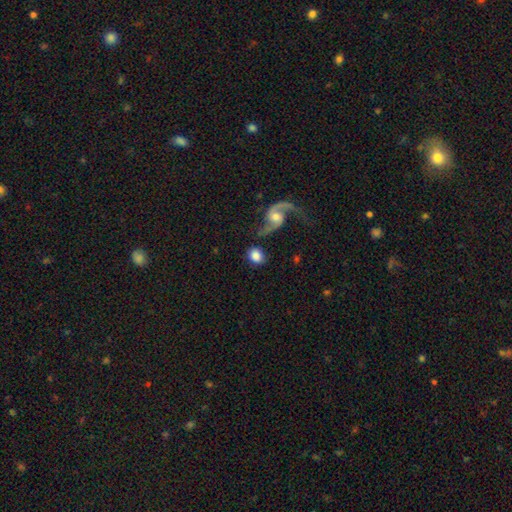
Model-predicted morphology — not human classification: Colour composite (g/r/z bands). It shows a smooth galaxy with no disk features (70%) that is round (62%). Merging: none (62%).